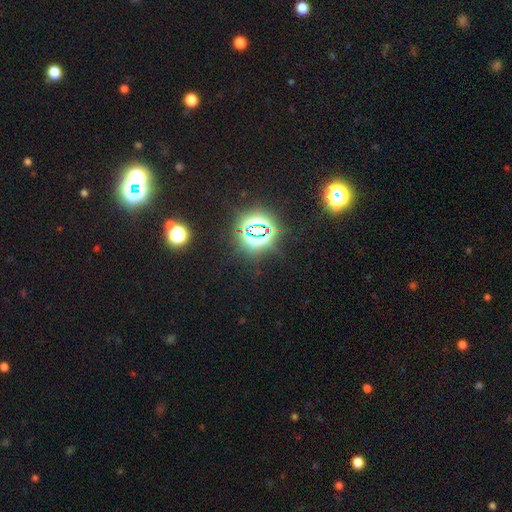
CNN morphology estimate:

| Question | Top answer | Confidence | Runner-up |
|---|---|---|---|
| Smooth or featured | star or artifact | 79% | smooth (15%) |